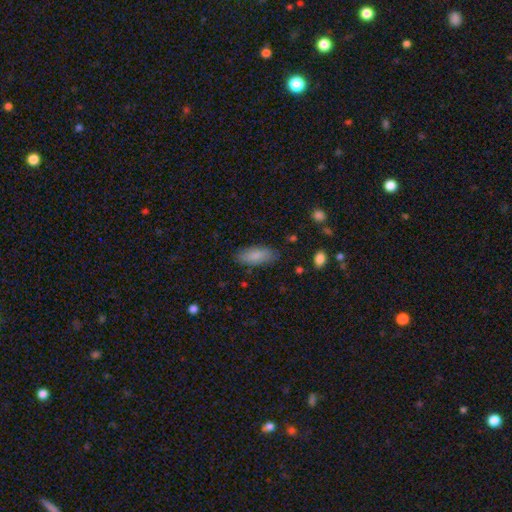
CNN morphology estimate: smooth 86%, featured or disk 8%, star or artifact 6%. Down the decision tree: how rounded — in between (79%); merging — none (83%).